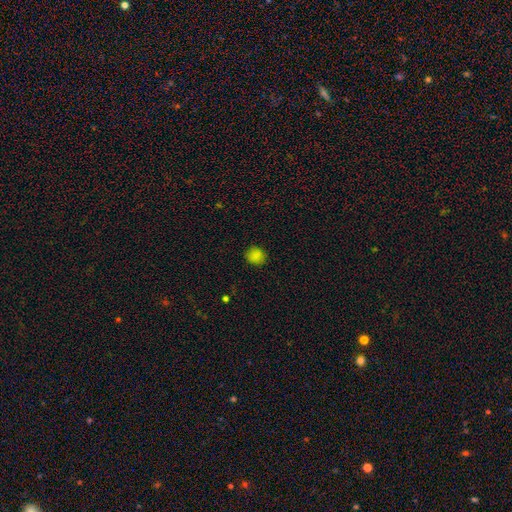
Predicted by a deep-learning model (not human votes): smooth_or_featured: smooth (p=0.83) [alt: star or artifact p=0.14]
how_rounded: round (p=0.85) [alt: in between p=0.14]
merging: none (p=0.87) [alt: minor disturbance p=0.09]